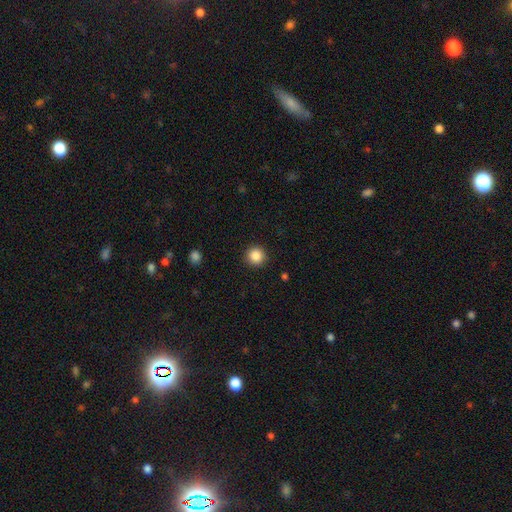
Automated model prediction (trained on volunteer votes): This is clearly a smooth galaxy (87%). How rounded: clearly round (95%). Merging: clearly none (92%).